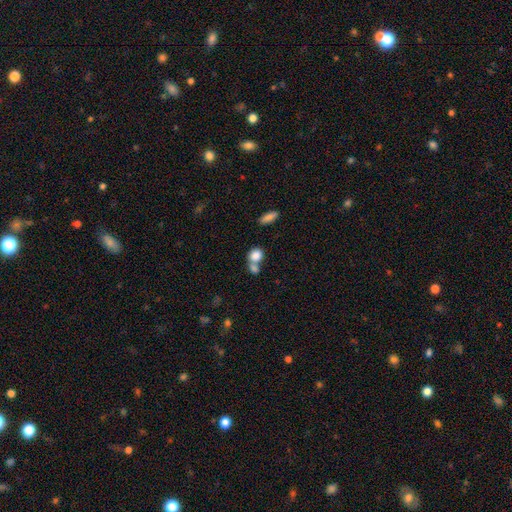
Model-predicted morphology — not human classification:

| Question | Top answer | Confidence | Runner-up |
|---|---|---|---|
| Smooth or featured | smooth | 83% | star or artifact (9%) |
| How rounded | round | 62% | in between (36%) |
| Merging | merger | 52% | none (36%) |